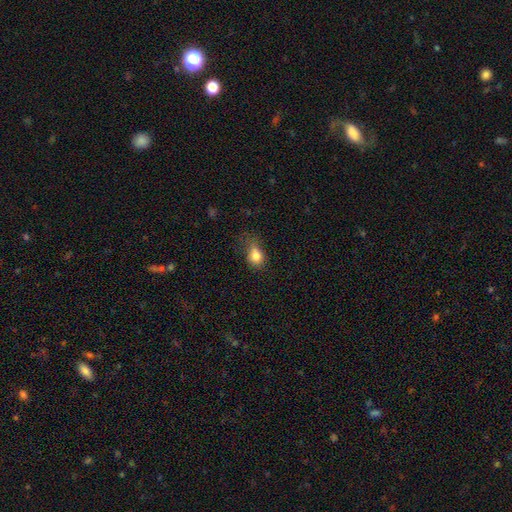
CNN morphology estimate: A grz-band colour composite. It shows a smooth galaxy with no disk features (81%) that is in between round and cigar-shaped (59%). Merging: none (43%).